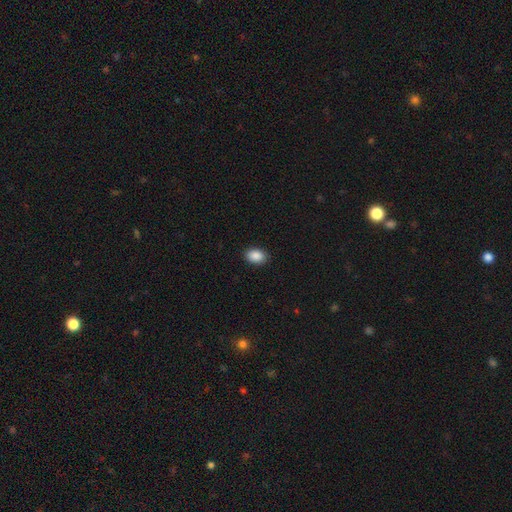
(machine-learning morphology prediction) type=smooth (89%); roundness=in between (82%); merging=none (89%).